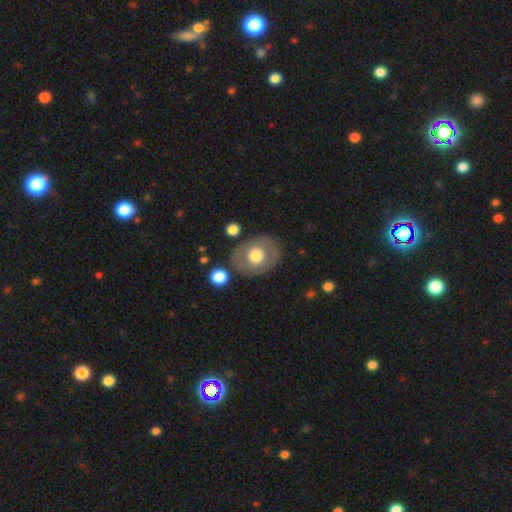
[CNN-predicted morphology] The model was most divided on "how rounded": in between: 50%, round: 49%, cigar-shaped: 1%. More confident: merging — none (78%); smooth or featured — smooth (55%).